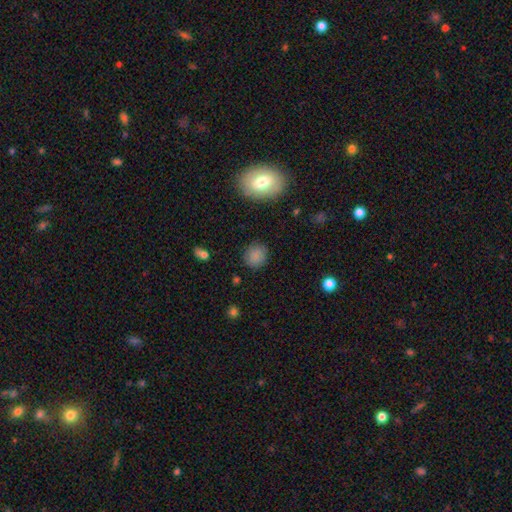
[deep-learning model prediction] A smooth galaxy with no disk features (83%) that is round (83%).

Vote fractions:
- Smooth or featured? smooth: 83% / star or artifact: 11% / featured or disk: 5%
- How rounded? round: 83% / in between: 16% / cigar-shaped: 1%
- Merging? none: 86% / minor disturbance: 9% / major disturbance: 3% / merger: 1%